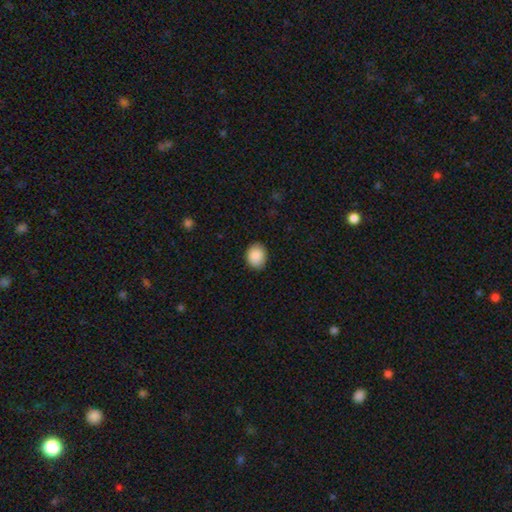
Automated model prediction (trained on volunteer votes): Smooth or featured: smooth — 89% (star or artifact — 7%)
How rounded: round — 52% (in between — 47%)
Merging: none — 85% (minor disturbance — 12%)